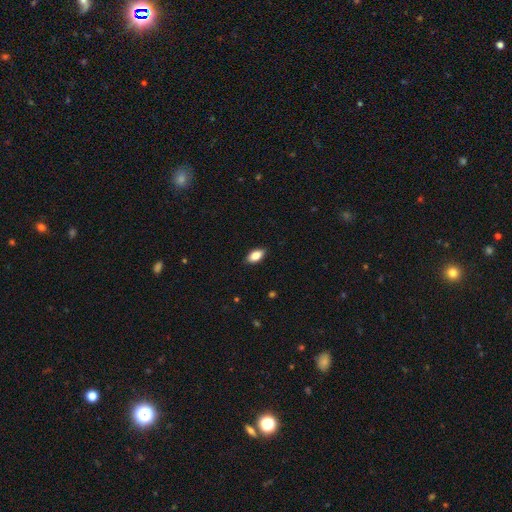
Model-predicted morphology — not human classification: The model was most divided on "smooth or featured": smooth: 85%, featured or disk: 8%, star or artifact: 7%. More confident: how rounded — in between (91%); merging — none (88%).